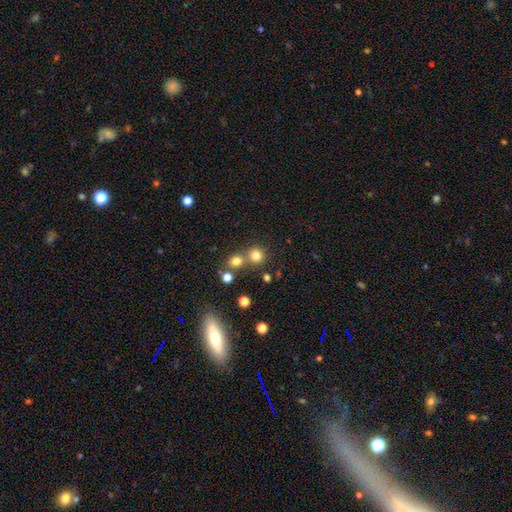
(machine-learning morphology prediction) A smooth galaxy with no disk features (78%) that is round (89%). Merging: none (63%).